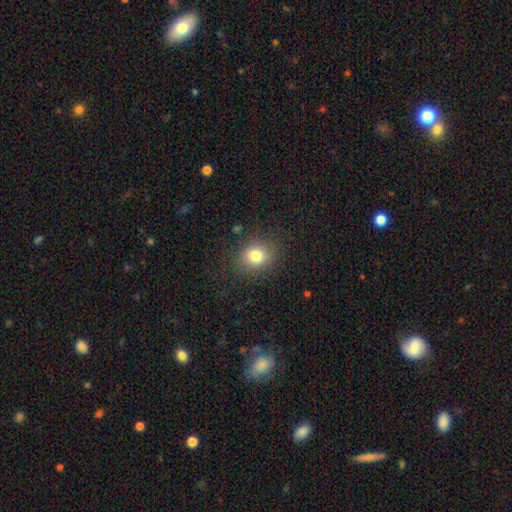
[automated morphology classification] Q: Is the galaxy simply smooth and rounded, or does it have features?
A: smooth — 80%.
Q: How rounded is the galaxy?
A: round — 64%.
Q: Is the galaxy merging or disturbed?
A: none — 85%.